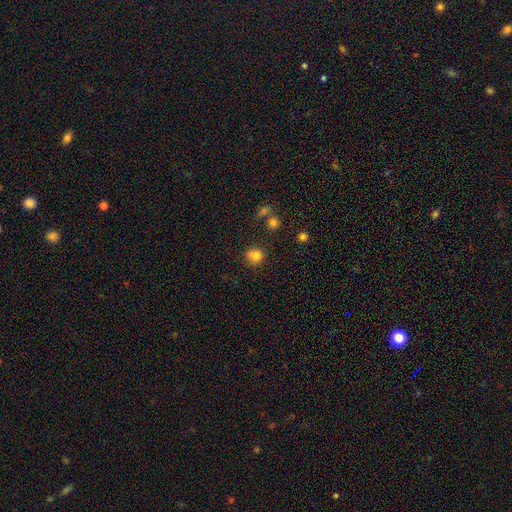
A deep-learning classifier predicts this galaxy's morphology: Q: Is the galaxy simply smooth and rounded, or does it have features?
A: smooth — 80%.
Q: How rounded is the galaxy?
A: round — 68%.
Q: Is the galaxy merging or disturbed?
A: none — 60%.